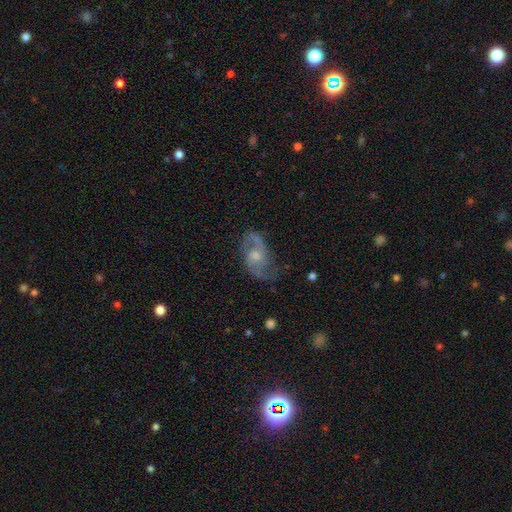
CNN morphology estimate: A featured or disk galaxy (81%) with no bar (65%), 2 (87%) medium (48%) spiral arms (93%) and a moderate central bulge (54%). Merging: none (69%).